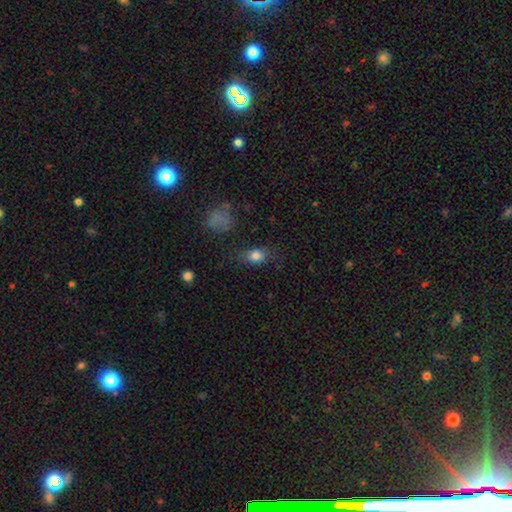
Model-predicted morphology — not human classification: This appears to be a smooth galaxy with no disk features (81%) that is in between round and cigar-shaped (67%). Merging: none (74%).